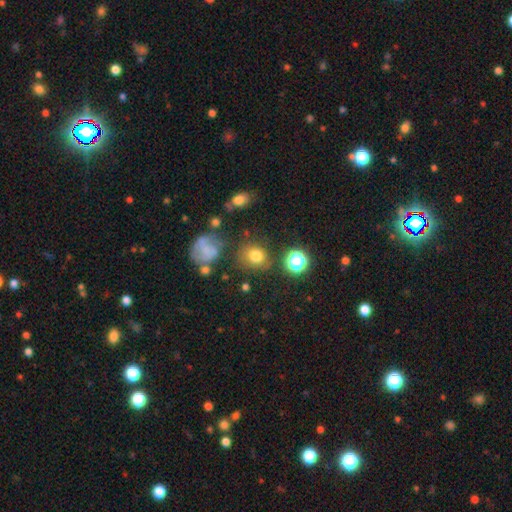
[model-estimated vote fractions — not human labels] Overall: smooth (72%). How rounded: round (73%). Merging: none (73%).